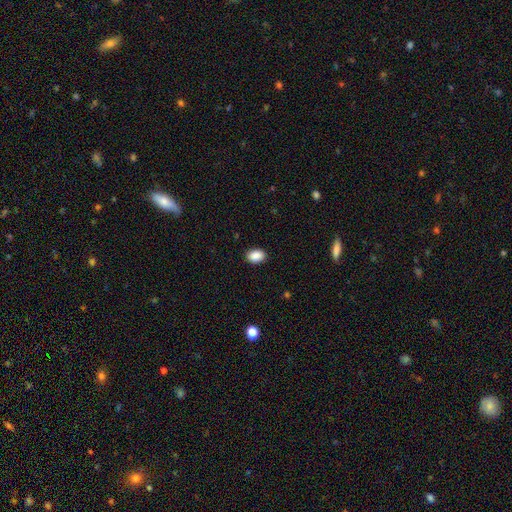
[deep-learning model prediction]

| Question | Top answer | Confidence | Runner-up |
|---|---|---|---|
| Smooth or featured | smooth | 90% | star or artifact (8%) |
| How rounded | in between | 82% | round (17%) |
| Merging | none | 90% | minor disturbance (7%) |